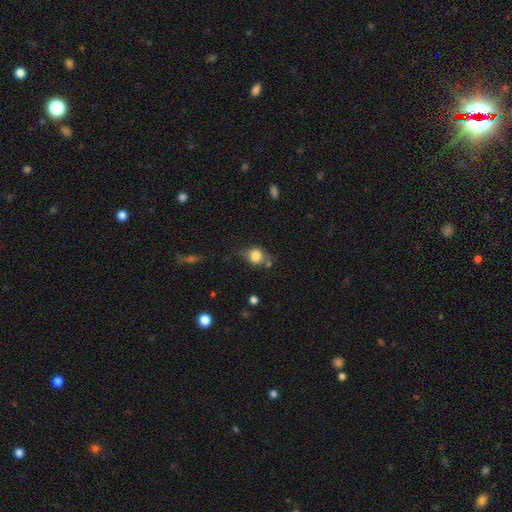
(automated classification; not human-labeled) Smooth or featured?
  - smooth: 75% *
  - featured or disk: 15%
  - star or artifact: 11%
How rounded?
  - round: 68% *
  - in between: 30%
  - cigar-shaped: 2%
Merging?
  - none: 57% *
  - minor disturbance: 26%
  - major disturbance: 10%
  - merger: 7%